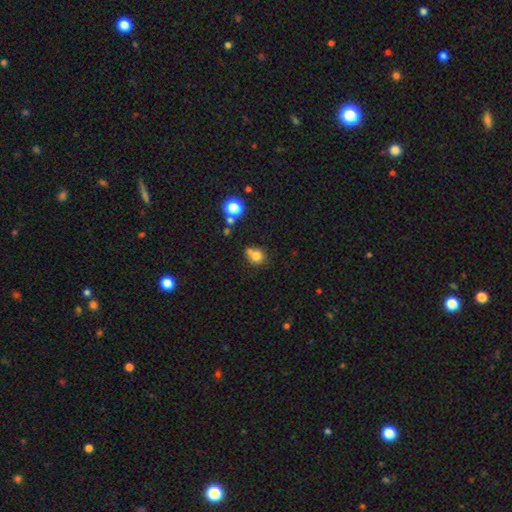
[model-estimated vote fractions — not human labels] This is likely a smooth galaxy (76%). How rounded: clearly round (82%). Merging: possibly none (54%).